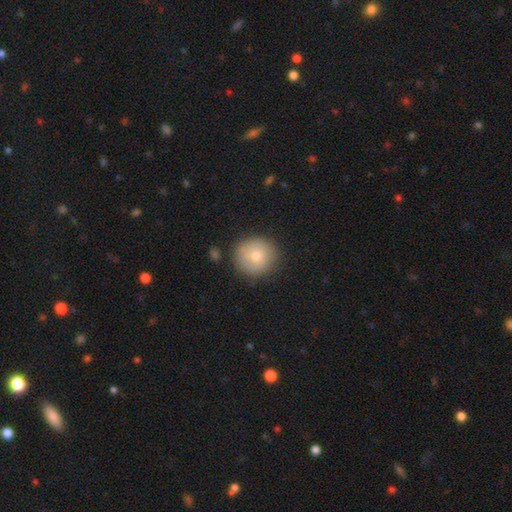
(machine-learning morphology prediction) This is likely a smooth galaxy (72%). How rounded: clearly round (93%). Merging: clearly none (85%).